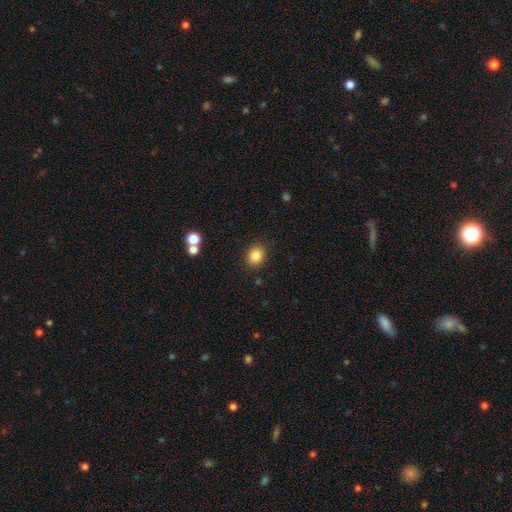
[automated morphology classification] Smooth or featured?
  - smooth: 84% *
  - star or artifact: 11%
  - featured or disk: 6%
How rounded?
  - round: 62% *
  - in between: 37%
  - cigar-shaped: 1%
Merging?
  - none: 87% *
  - minor disturbance: 8%
  - major disturbance: 3%
  - merger: 2%